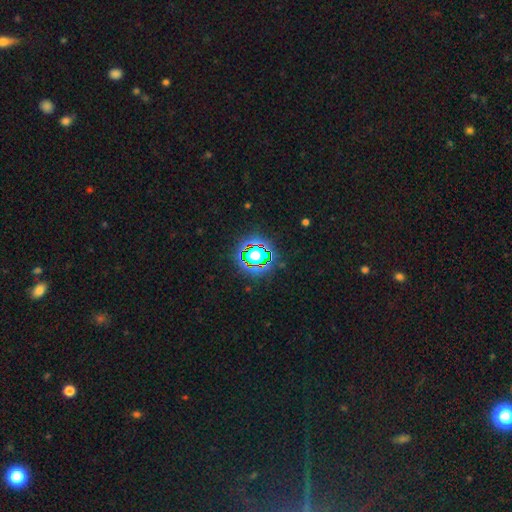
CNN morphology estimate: smooth-or-featured: star or artifact: 79% | smooth: 13% | featured or disk: 8%